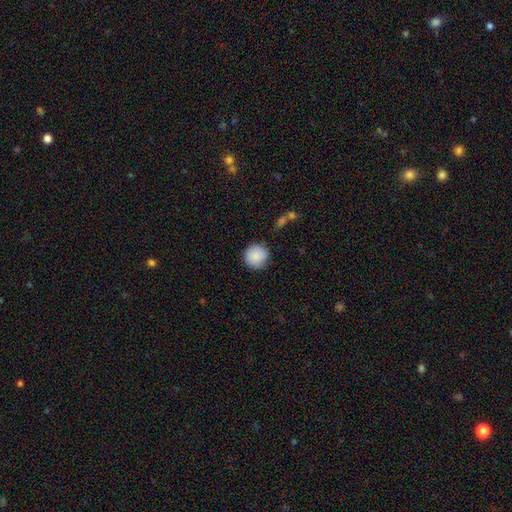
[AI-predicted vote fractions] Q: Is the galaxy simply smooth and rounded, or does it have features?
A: smooth — 88%.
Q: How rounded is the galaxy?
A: round — 95%.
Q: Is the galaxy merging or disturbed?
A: none — 86%.